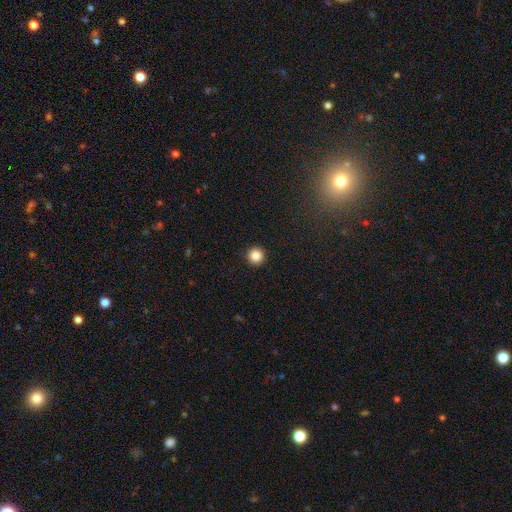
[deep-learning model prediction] Smooth or featured: smooth — 86% (star or artifact — 10%)
How rounded: round — 97% (in between — 3%)
Merging: none — 94% (minor disturbance — 4%)